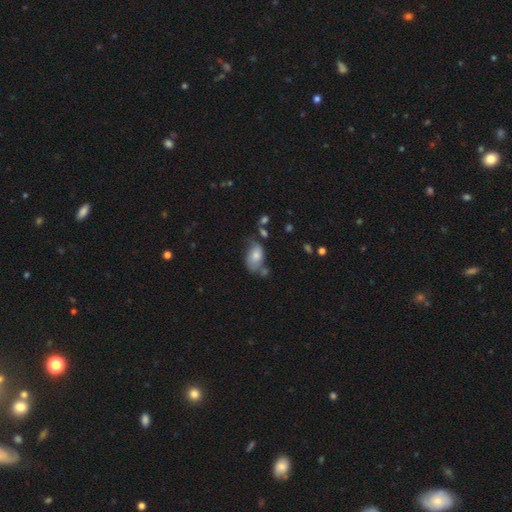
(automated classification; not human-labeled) Smooth or featured? Predicted: smooth (p=0.68). How rounded? Predicted: in between (p=0.90). Merging? Predicted: none (p=0.40).